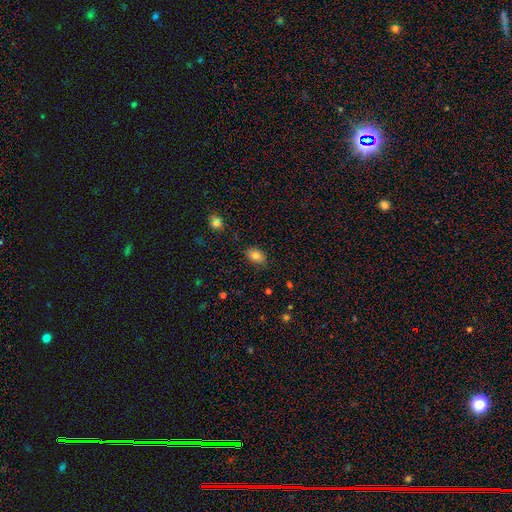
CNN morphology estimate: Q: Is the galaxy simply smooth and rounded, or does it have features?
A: smooth — 81%.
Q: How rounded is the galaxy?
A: in between — 83%.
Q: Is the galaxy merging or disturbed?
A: none — 84%.